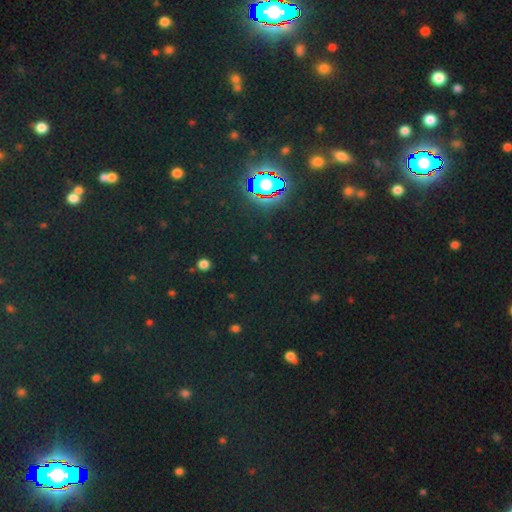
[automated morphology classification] Smooth or featured: star or artifact — 78% (smooth — 14%)